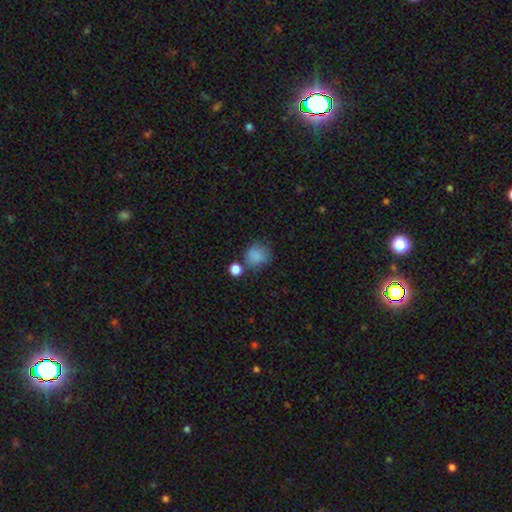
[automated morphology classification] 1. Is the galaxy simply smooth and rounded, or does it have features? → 83% smooth, 11% star or artifact, 6% featured or disk.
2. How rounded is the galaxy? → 80% round, 20% in between, 1% cigar-shaped.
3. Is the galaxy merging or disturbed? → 64% none, 18% minor disturbance, 11% merger, 7% major disturbance.